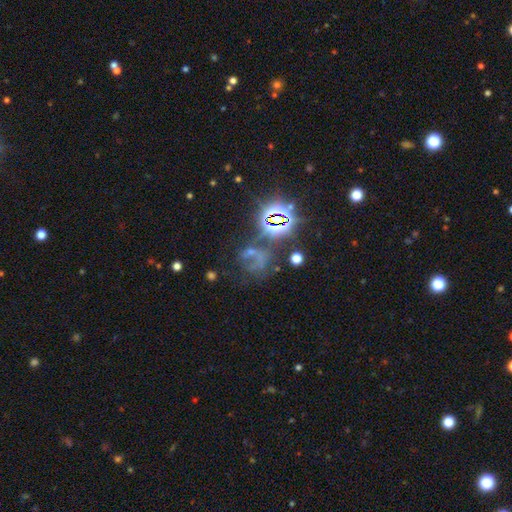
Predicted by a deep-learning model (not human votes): star or artifact 55%, featured or disk 24%, smooth 22%.